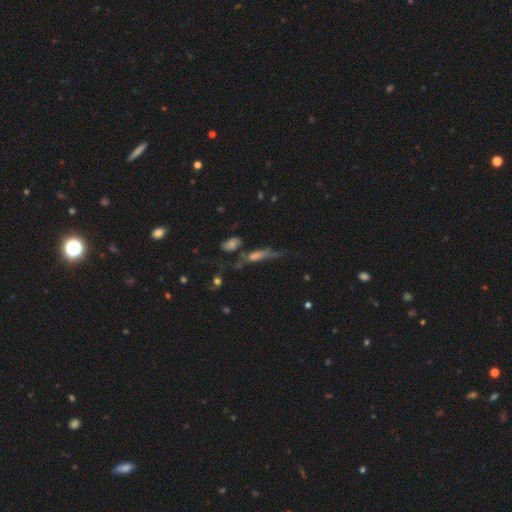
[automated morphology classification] Smooth or featured: featured or disk — 42% (smooth — 35%)
Merging: none — 37% (merger — 25%)